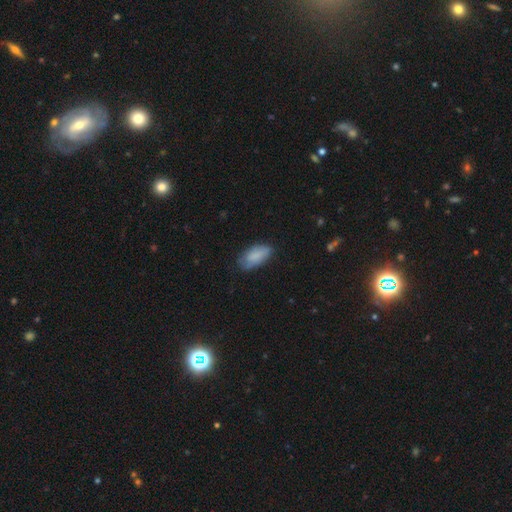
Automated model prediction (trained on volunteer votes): Overall: smooth (81%). How rounded: in between (91%). Merging: none (69%).